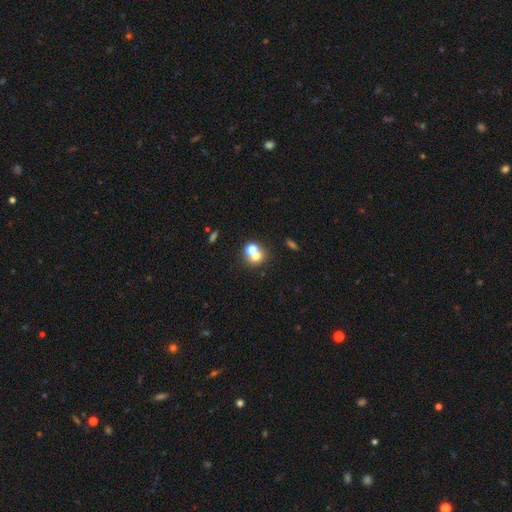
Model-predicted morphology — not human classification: A smooth galaxy with no disk features (63%) that is round (77%). Merging: merger (49%).